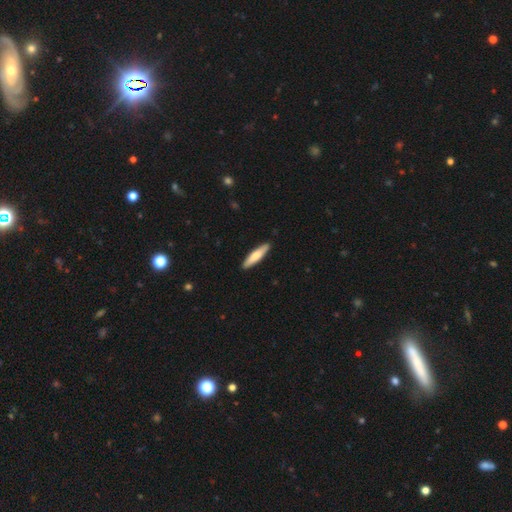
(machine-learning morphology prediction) Overall: smooth (65%; featured or disk 30%). How rounded: cigar-shaped (79%). Merging: none (91%).